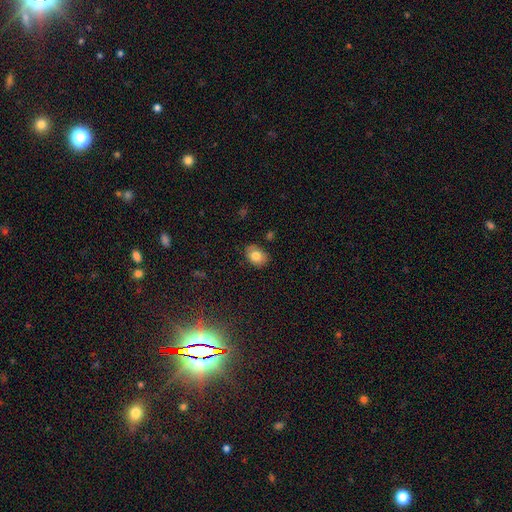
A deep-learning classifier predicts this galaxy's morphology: Overall: smooth (81%). How rounded: in between (75%). Merging: none (80%).